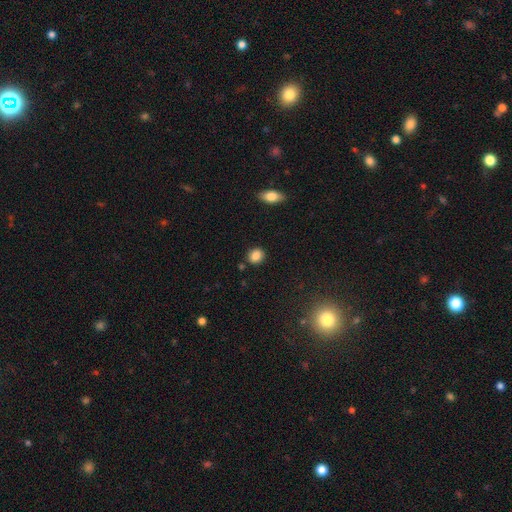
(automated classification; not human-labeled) Overall: smooth (86%). How rounded: round (74%). Merging: none (86%).